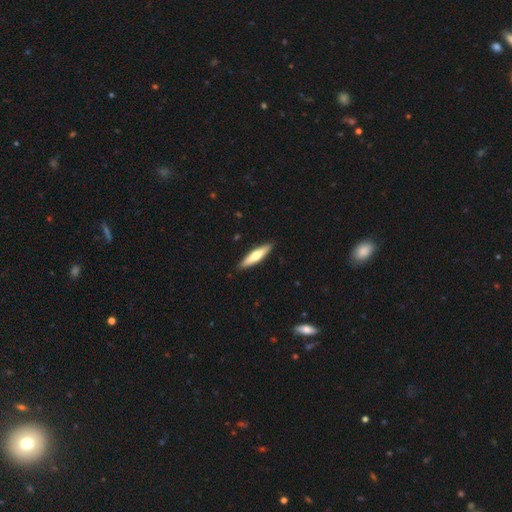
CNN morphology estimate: The model was most divided on "smooth or featured": smooth: 57%, featured or disk: 38%, star or artifact: 5%. More confident: merging — none (90%); how rounded — cigar-shaped (79%).